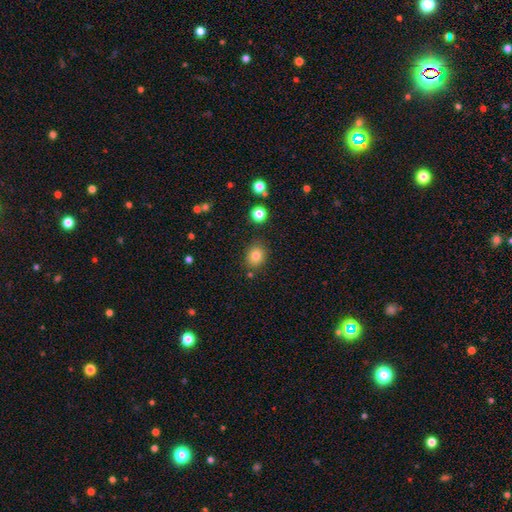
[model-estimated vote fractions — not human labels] Morphology: type=smooth (82%); roundness=round (59%); merging=none (83%).